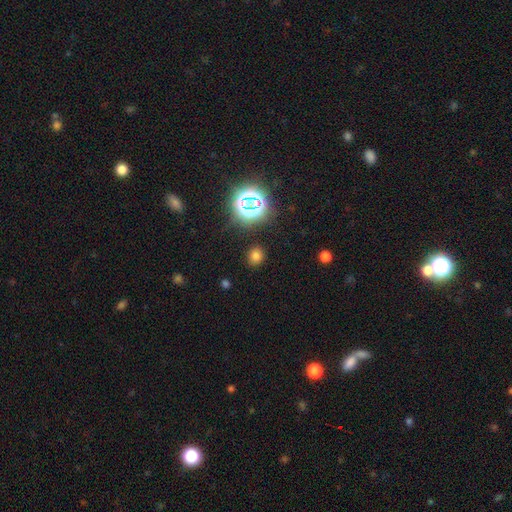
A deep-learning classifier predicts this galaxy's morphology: This is likely a smooth galaxy (69%). How rounded: likely round (75%). Merging: clearly none (87%).